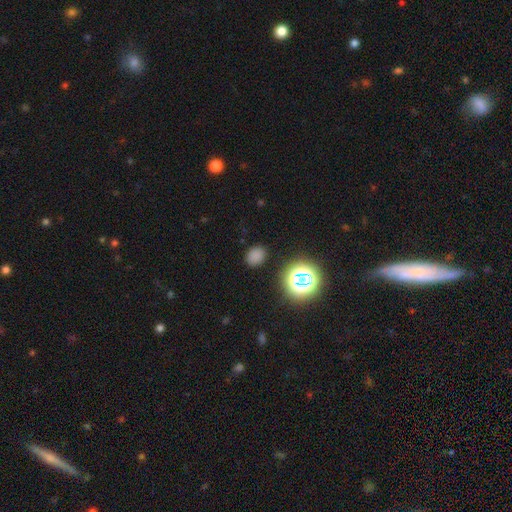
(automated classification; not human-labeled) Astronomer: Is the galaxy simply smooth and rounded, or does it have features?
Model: smooth — 72%.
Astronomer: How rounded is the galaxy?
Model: in between — 51% (runner-up: round, 48%).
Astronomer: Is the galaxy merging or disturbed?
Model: none — 84%.